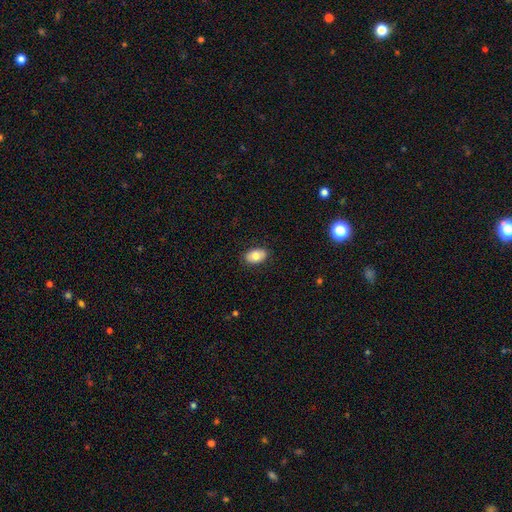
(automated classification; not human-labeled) Morphology: type=smooth (80%); roundness=in between (89%); merging=none (87%).